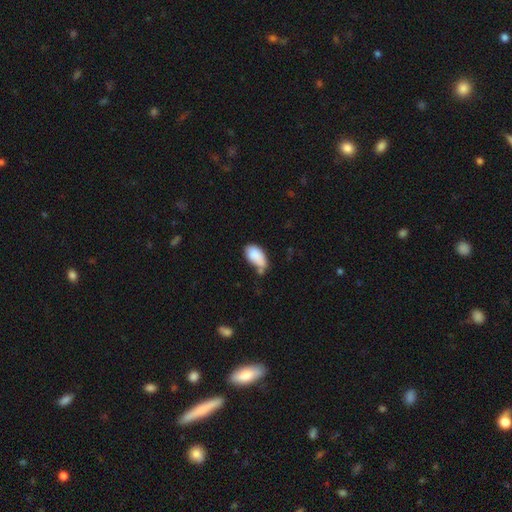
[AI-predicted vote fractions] Morphology: type=smooth (85%); roundness=in between (93%); merging=none (41%).